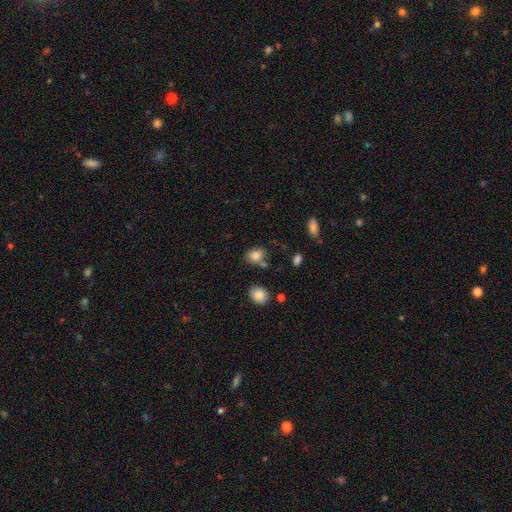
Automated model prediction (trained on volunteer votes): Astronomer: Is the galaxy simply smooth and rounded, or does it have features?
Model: smooth — 83%.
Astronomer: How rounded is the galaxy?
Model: in between — 56% (runner-up: round, 42%).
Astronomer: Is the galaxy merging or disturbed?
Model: none — 62%.